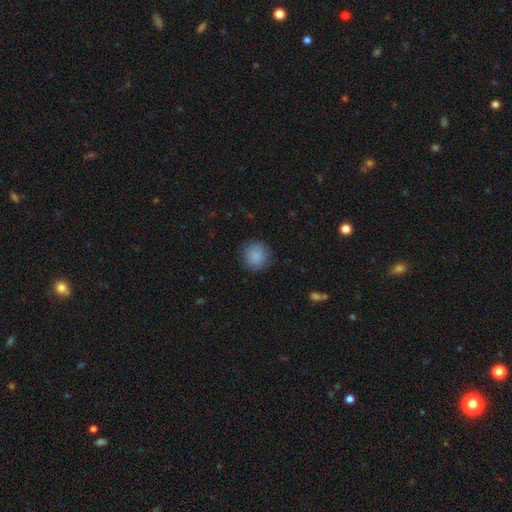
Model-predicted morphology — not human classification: Smooth or featured? Predicted: smooth (p=0.88). How rounded? Predicted: round (p=0.91). Merging? Predicted: none (p=0.85).